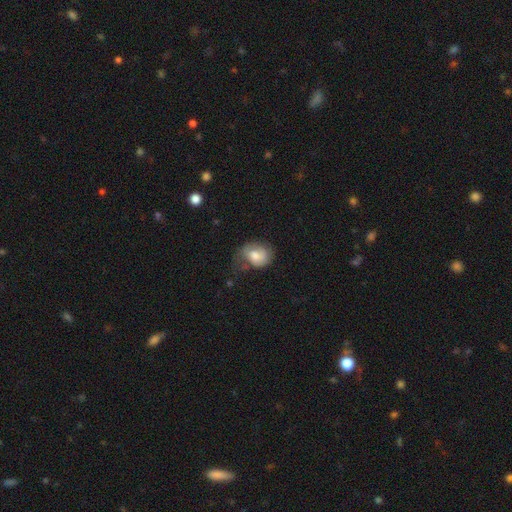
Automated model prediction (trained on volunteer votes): Smooth or featured? Predicted: smooth (p=0.64). How rounded? Predicted: in between (p=0.56). Merging? Predicted: none (p=0.38).